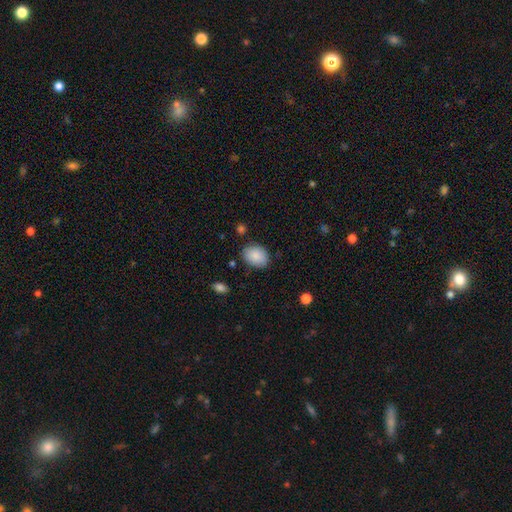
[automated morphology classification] This is clearly a smooth galaxy (88%). How rounded: likely in between (73%). Merging: clearly none (82%).